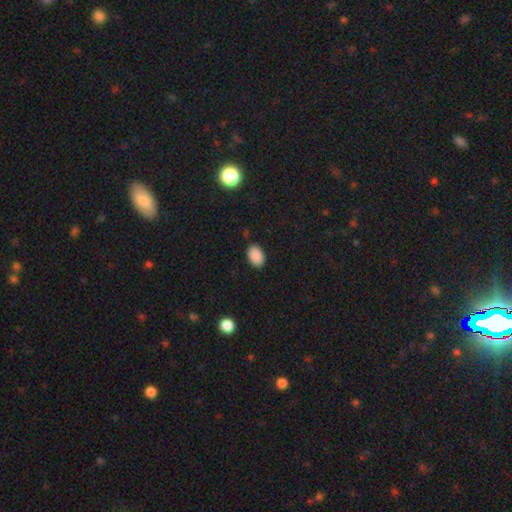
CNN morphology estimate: Smooth or featured?
  - smooth: 88% *
  - star or artifact: 9%
  - featured or disk: 3%
How rounded?
  - in between: 88% *
  - round: 11%
  - cigar-shaped: 1%
Merging?
  - none: 86% *
  - minor disturbance: 10%
  - major disturbance: 2%
  - merger: 1%